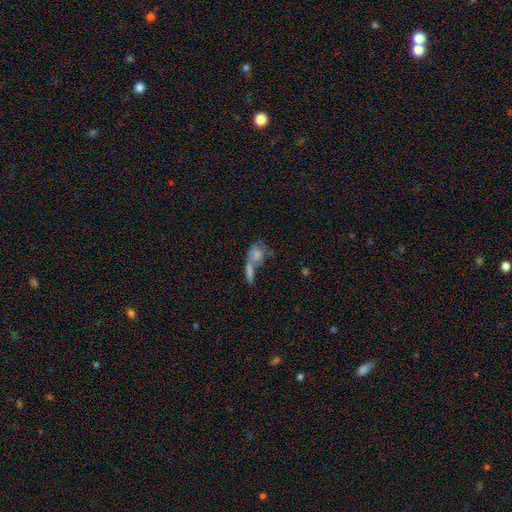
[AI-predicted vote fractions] smooth 69%, featured or disk 23%, star or artifact 8%. Down the decision tree: how rounded — in between (62%); merging — merger (53%).